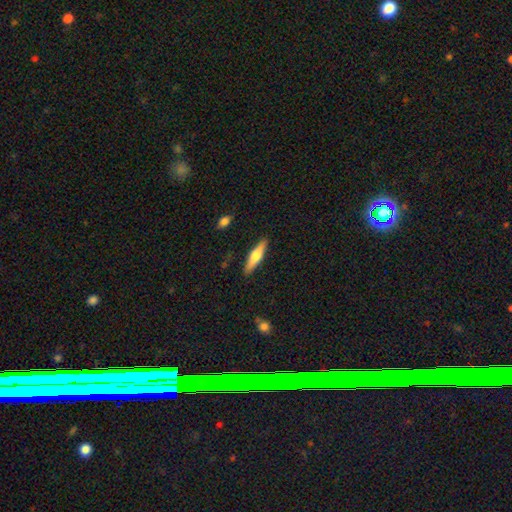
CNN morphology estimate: The model was most divided on "smooth or featured": smooth: 51%, featured or disk: 44%, star or artifact: 6%. More confident: merging — none (90%); how rounded — cigar-shaped (78%).